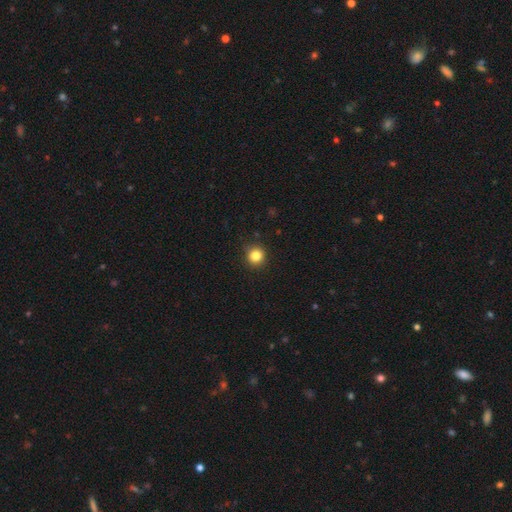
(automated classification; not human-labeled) A smooth galaxy with no disk features (83%) that is round (93%).

Vote fractions:
- Smooth or featured? smooth: 83% / star or artifact: 12% / featured or disk: 5%
- How rounded? round: 93% / in between: 6% / cigar-shaped: 1%
- Merging? none: 90% / minor disturbance: 7% / major disturbance: 2% / merger: 1%